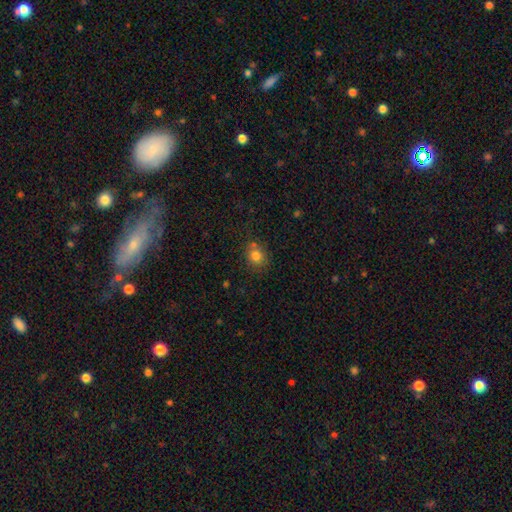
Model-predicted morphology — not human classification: Smooth or featured? smooth (81%)
How rounded? round (73%)
Merging? none (73%)